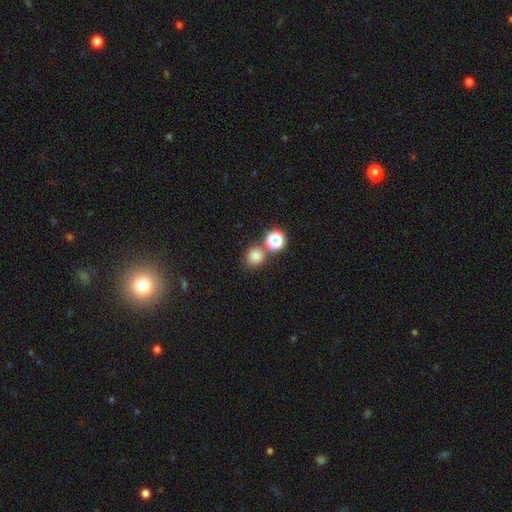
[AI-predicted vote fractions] Morphology: type=smooth (77%); roundness=round (87%); merging=none (70%).